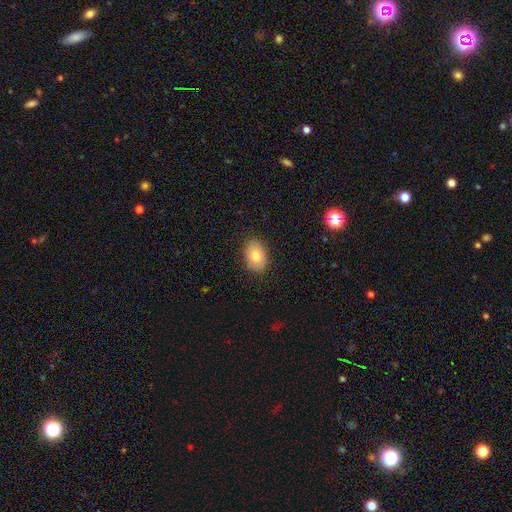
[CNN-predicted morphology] Smooth or featured? smooth (78%)
How rounded? in between (77%)
Merging? none (86%)